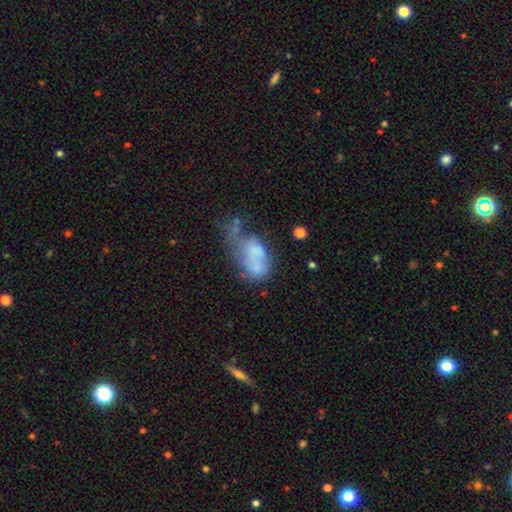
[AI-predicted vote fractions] Smooth or featured? Predicted: smooth (p=0.50). How rounded? Predicted: in between (p=0.86). Merging? Predicted: major disturbance (p=0.33).